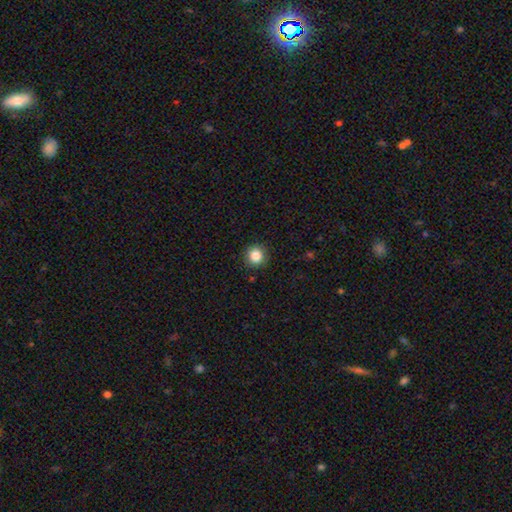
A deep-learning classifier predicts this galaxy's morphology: This appears to be a smooth galaxy with no disk features (85%) that is round (92%). Merging: none (91%).